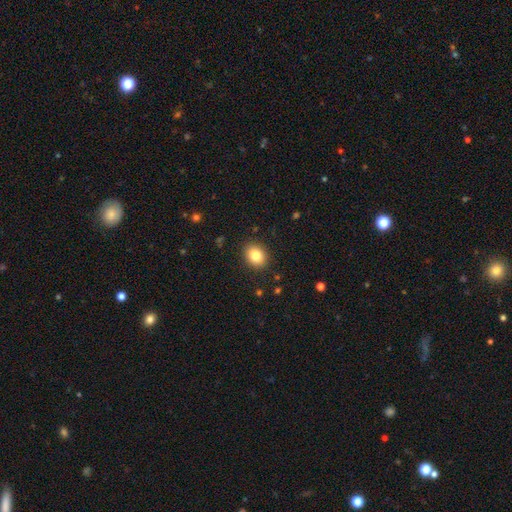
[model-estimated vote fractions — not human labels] smooth-or-featured: smooth: 82% | star or artifact: 10% | featured or disk: 8%
  how-rounded: round: 51% | in between: 48% | cigar-shaped: 1%
  merging: none: 90% | minor disturbance: 7% | major disturbance: 2% | merger: 1%